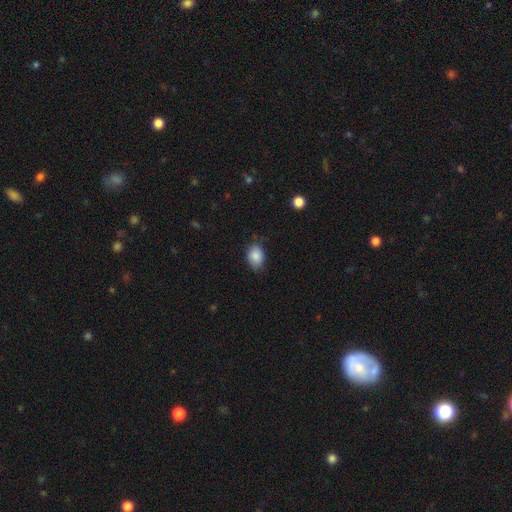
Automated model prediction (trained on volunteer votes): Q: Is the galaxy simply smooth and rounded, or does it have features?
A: smooth — 87%.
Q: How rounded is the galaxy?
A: in between — 75%.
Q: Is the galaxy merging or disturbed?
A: none — 74%.